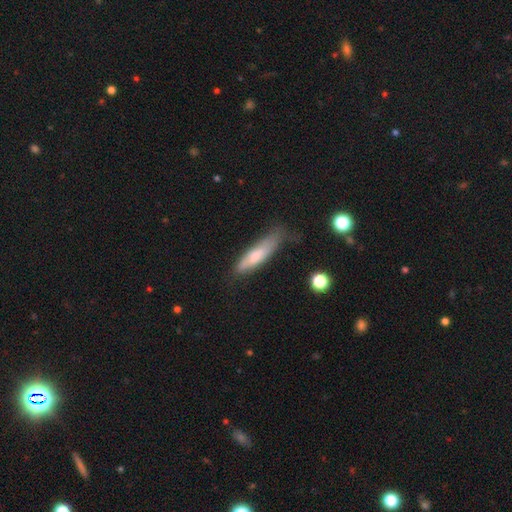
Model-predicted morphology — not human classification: smooth-or-featured: smooth: 70% | featured or disk: 23% | star or artifact: 6%
  how-rounded: cigar-shaped: 73% | in between: 26% | round: 2%
  merging: none: 51% | minor disturbance: 34% | major disturbance: 12% | merger: 3%